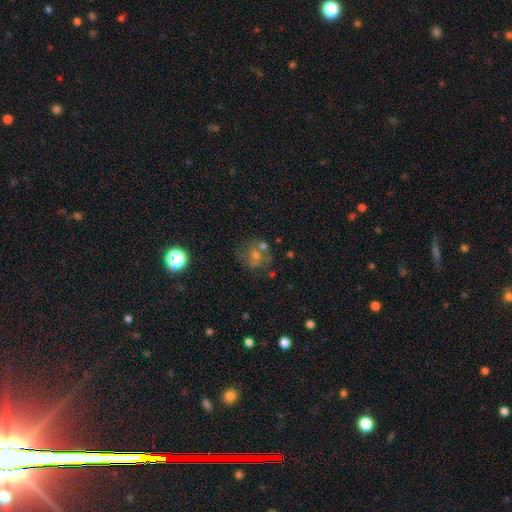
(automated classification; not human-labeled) Morphology: type=smooth (36%, tied with featured or disk); merging=none (60%).